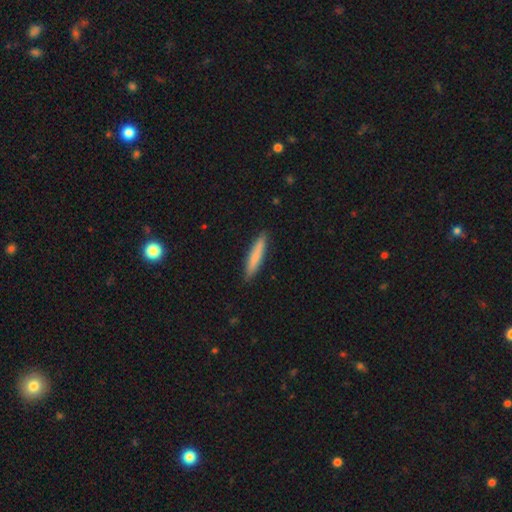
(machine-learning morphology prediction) smooth_or_featured: smooth (p=0.79) [alt: featured or disk p=0.15]
how_rounded: cigar-shaped (p=0.91) [alt: in between p=0.08]
merging: none (p=0.90) [alt: minor disturbance p=0.07]